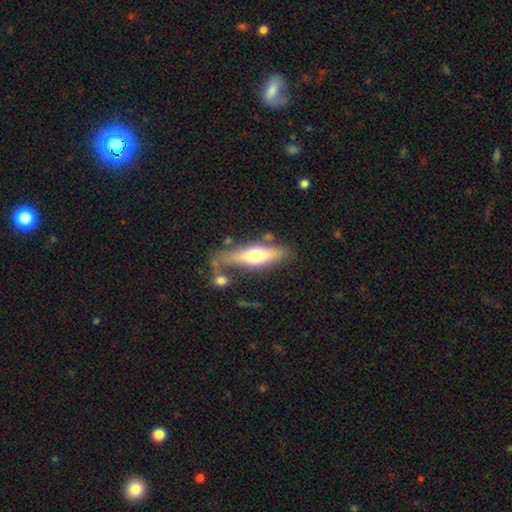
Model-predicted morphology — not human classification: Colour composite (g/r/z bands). It shows a smooth galaxy with no disk features (49%). Merging: none (56%).